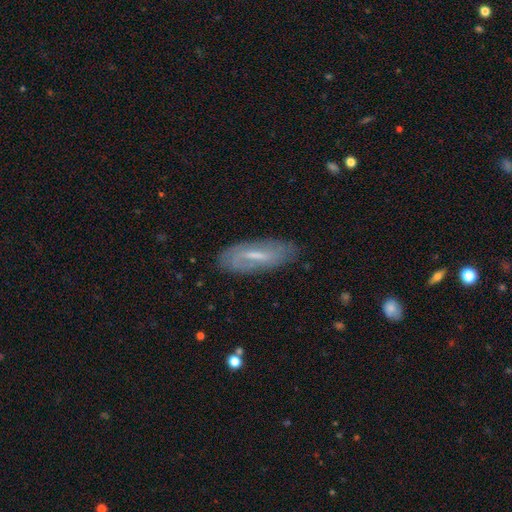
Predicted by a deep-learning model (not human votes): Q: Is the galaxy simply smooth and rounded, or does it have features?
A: featured or disk — 56%.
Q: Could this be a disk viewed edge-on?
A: no — 76%.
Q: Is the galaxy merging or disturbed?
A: none — 78%.